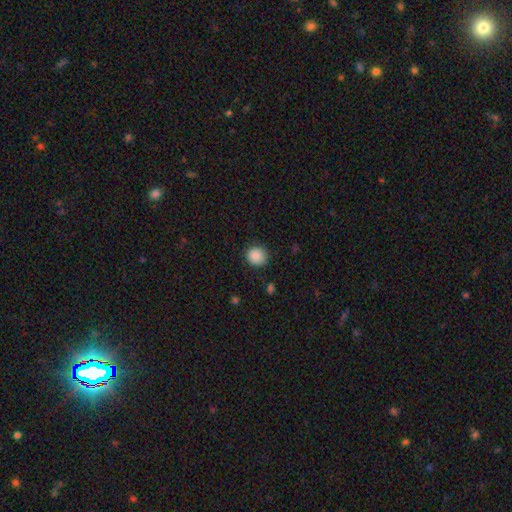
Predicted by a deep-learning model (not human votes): Smooth or featured? smooth (88%)
How rounded? round (87%)
Merging? none (85%)